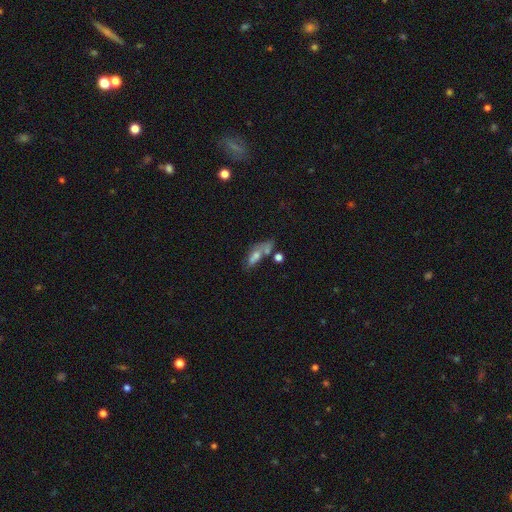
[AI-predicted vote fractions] Q: Smooth or featured?
A: smooth (54%); runner-up: featured or disk (33%)
Q: How rounded?
A: in between (65%); runner-up: cigar-shaped (28%)
Q: Merging?
A: none (34%); runner-up: merger (31%)